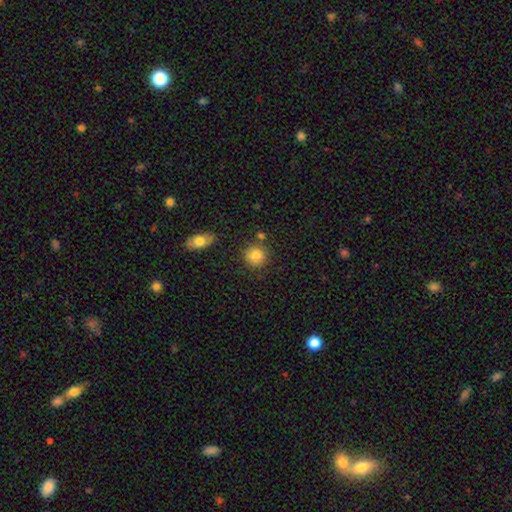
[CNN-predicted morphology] This is clearly a smooth galaxy (84%). How rounded: clearly round (88%). Merging: clearly none (80%).